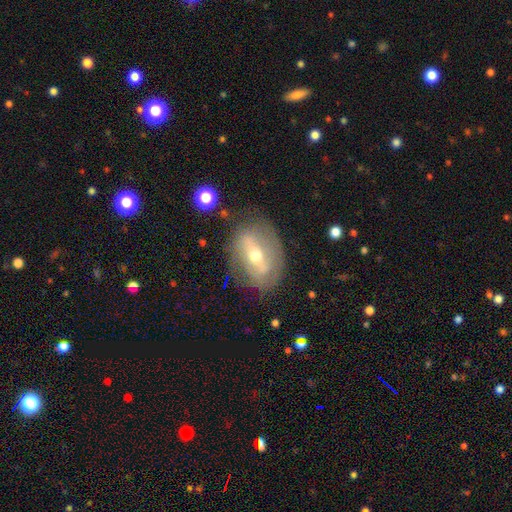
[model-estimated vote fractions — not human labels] This is likely a featured or disk galaxy (69%). It is clearly not viewed edge-on (88%). Bar: possibly strong (47%). Spiral arm pattern: possibly yes (53%). Central bulge: likely moderate (63%). Merging: likely none (72%).